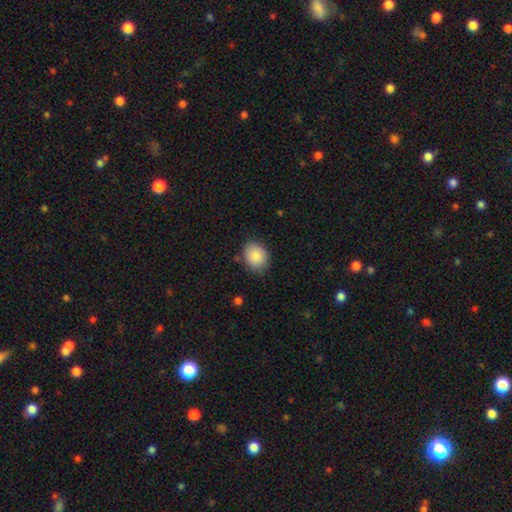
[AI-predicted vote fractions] Smooth or featured? smooth (87%)
How rounded? in between (52%)
Merging? none (81%)